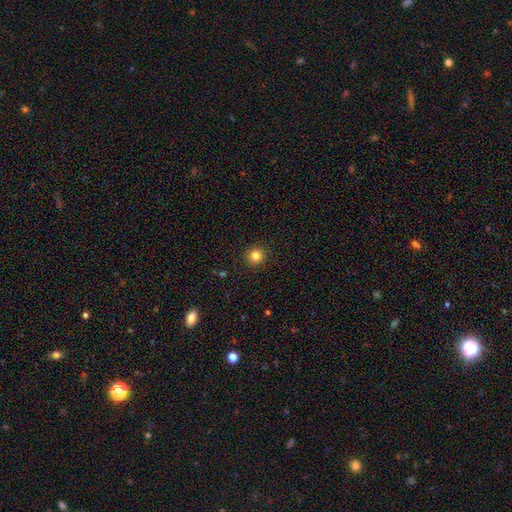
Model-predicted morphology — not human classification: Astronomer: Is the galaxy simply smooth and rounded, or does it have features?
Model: smooth — 82%.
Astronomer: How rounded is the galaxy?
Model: round — 94%.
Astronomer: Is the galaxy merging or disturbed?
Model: none — 92%.